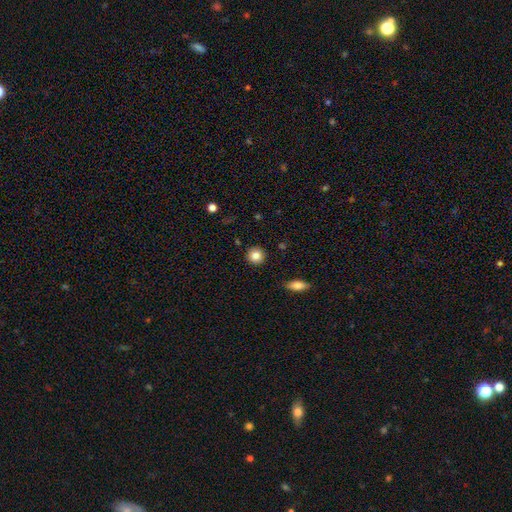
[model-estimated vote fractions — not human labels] Morphology: type=smooth (84%); roundness=round (93%); merging=none (91%).